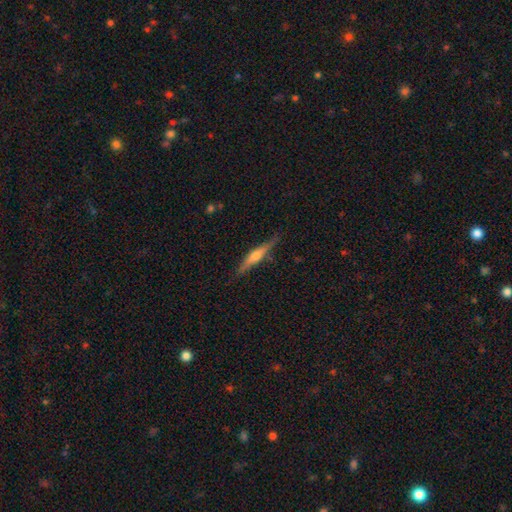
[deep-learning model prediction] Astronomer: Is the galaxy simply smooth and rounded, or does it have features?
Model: featured or disk — 59% (runner-up: smooth, 35%).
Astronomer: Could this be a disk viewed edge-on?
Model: yes — 96%.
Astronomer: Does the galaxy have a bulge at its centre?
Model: rounded — 80%.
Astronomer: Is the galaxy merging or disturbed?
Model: none — 81%.